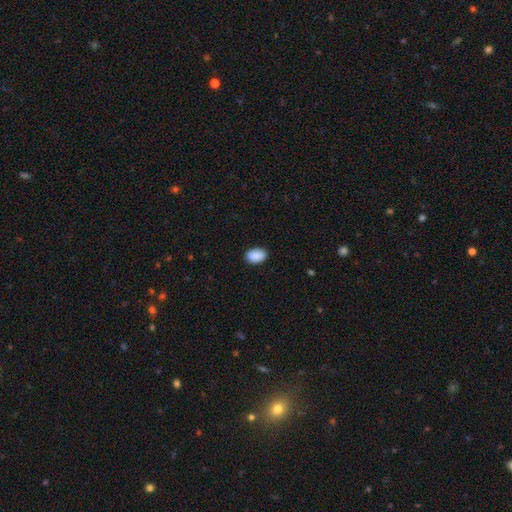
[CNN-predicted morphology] The model was most divided on "how rounded": in between: 89%, round: 10%, cigar-shaped: 1%. More confident: smooth or featured — smooth (91%); merging — none (89%).